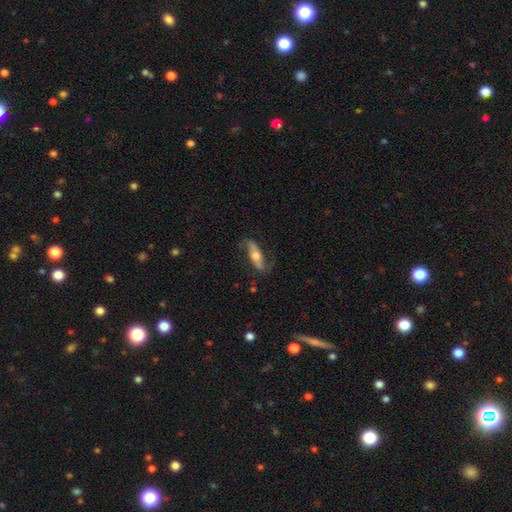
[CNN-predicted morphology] featured or disk 70%, smooth 24%, star or artifact 6%. Down the decision tree: edge-on disk — no (70%); merging — none (72%).